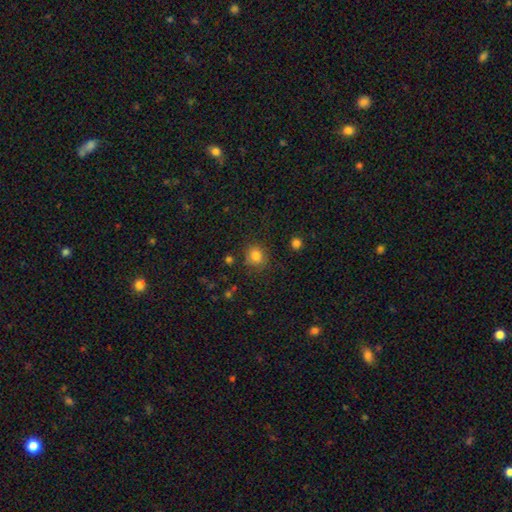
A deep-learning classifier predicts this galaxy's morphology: smooth_or_featured: smooth (p=0.82) [alt: star or artifact p=0.12]
how_rounded: round (p=0.81) [alt: in between p=0.18]
merging: none (p=0.79) [alt: minor disturbance p=0.14]